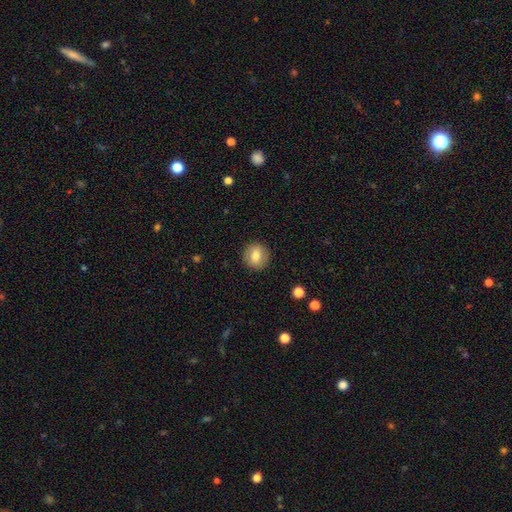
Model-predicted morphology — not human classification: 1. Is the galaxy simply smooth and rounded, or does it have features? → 75% smooth, 17% featured or disk, 9% star or artifact.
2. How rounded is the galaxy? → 84% round, 14% in between, 1% cigar-shaped.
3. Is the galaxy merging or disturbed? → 90% none, 7% minor disturbance, 2% major disturbance, 1% merger.